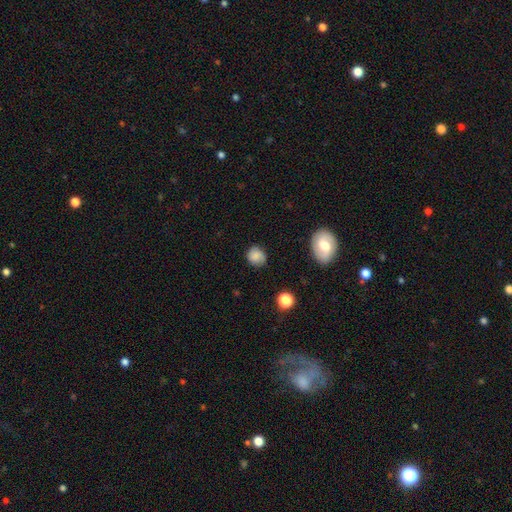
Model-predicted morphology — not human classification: type=smooth (77%); roundness=round (78%); merging=none (78%).